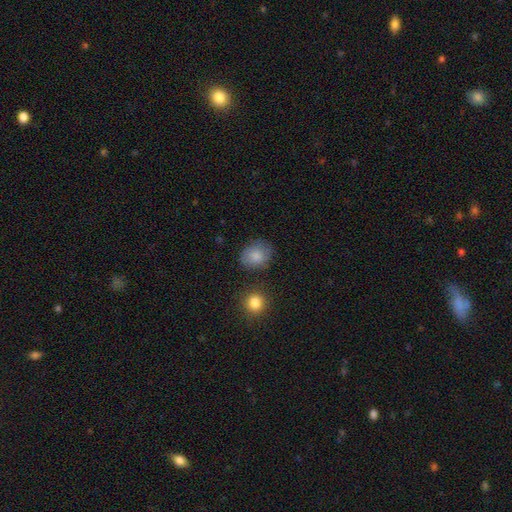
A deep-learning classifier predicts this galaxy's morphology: This is clearly a smooth galaxy (84%). How rounded: possibly round (57%). Merging: likely none (73%).